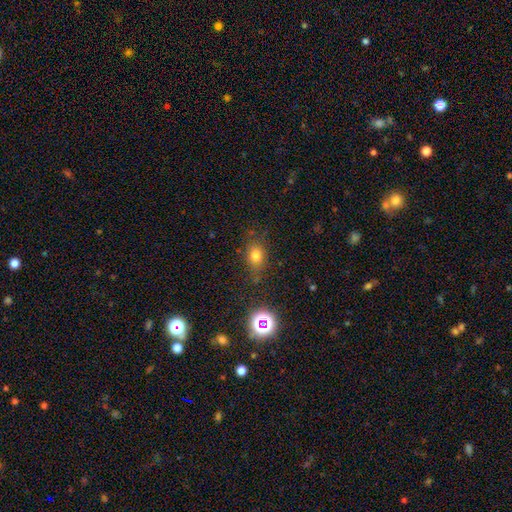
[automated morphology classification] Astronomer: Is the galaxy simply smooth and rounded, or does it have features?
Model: smooth — 74%.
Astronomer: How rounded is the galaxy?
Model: in between — 62%.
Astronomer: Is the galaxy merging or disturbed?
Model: none — 74%.